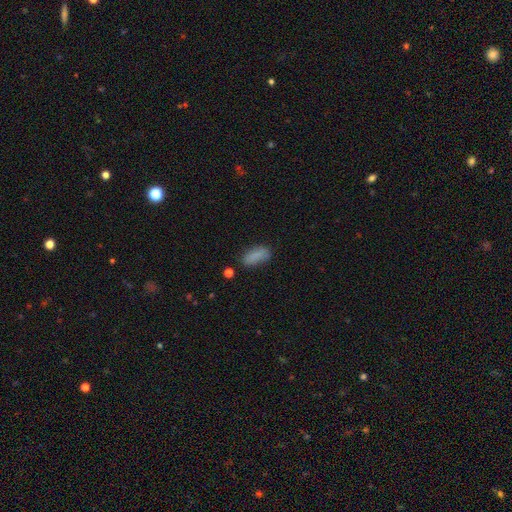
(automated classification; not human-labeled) A smooth galaxy with no disk features (85%) that is in between round and cigar-shaped (79%). Merging: none (70%).